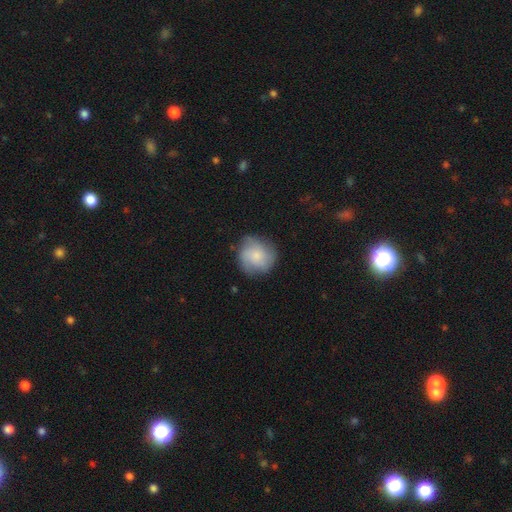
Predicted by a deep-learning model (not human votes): smooth_or_featured: smooth (p=0.64) [alt: featured or disk p=0.29]
how_rounded: round (p=0.87) [alt: in between p=0.12]
merging: none (p=0.73) [alt: minor disturbance p=0.20]